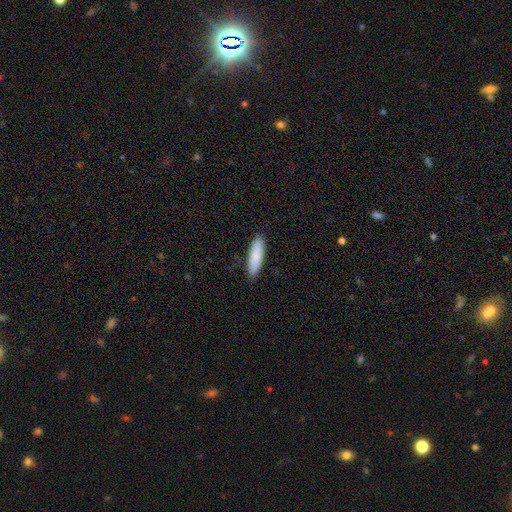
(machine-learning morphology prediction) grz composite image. It shows a smooth galaxy with no disk features (87%) that is cigar-shaped (62%). Merging: none (89%).